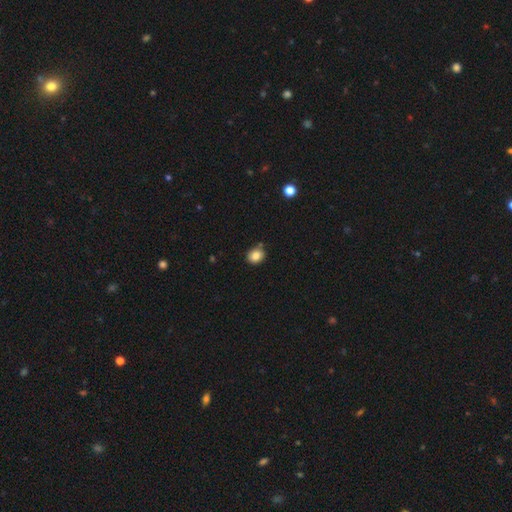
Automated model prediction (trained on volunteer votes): This is clearly a smooth galaxy (84%). How rounded: likely round (67%). Merging: likely none (76%).